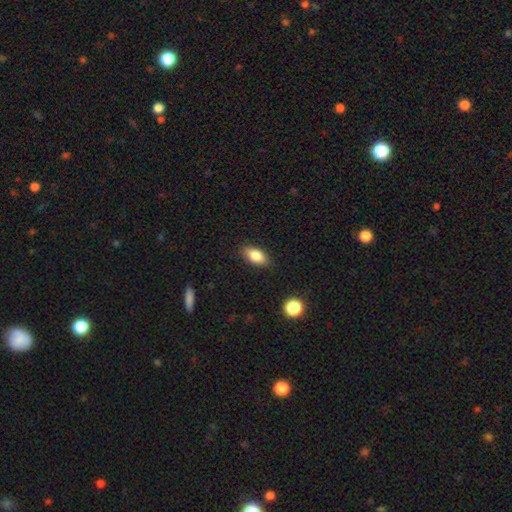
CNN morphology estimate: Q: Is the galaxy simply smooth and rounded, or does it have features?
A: smooth — 82%.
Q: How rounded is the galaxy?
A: in between — 88%.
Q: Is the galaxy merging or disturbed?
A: none — 86%.